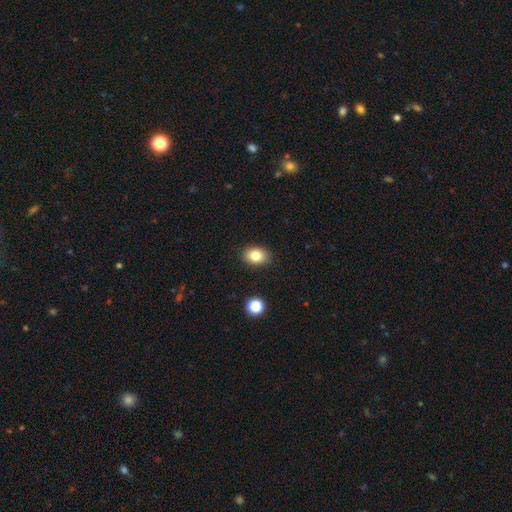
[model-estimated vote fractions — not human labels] smooth-or-featured: smooth: 82% | star or artifact: 10% | featured or disk: 8%
  how-rounded: in between: 70% | round: 29% | cigar-shaped: 1%
  merging: none: 89% | minor disturbance: 8% | major disturbance: 2% | merger: 1%